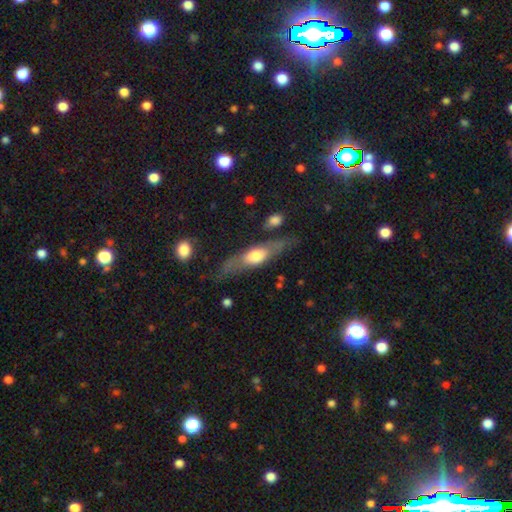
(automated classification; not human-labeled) This appears to be a featured or disk galaxy (52%) viewed edge-on (70%). Merging: none (67%).